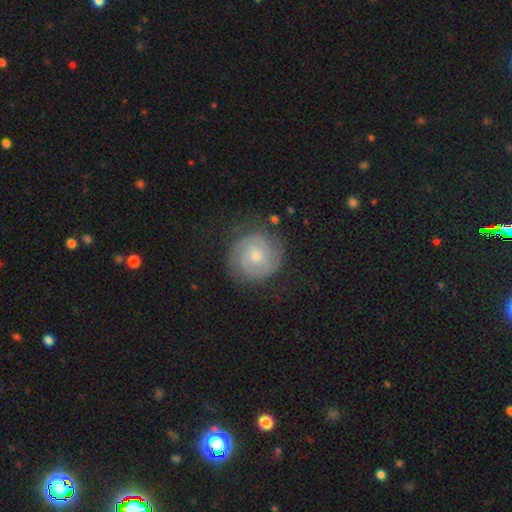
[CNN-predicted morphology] The model was most divided on "bulge size": small: 52%, moderate: 42%, none: 2%, large: 2%, dominant: 1%. More confident: edge-on disk — no (98%); spiral arms — yes (97%); smooth or featured — featured or disk (85%); merging — none (82%); spiral winding — tight (78%); spiral arm count — 2 (76%); bar — no (68%).